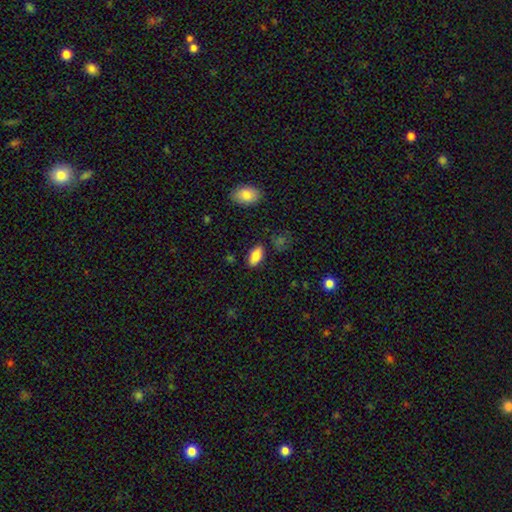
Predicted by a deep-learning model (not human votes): Smooth or featured: smooth — 80% (featured or disk — 13%)
How rounded: in between — 88% (cigar-shaped — 10%)
Merging: none — 86% (minor disturbance — 10%)